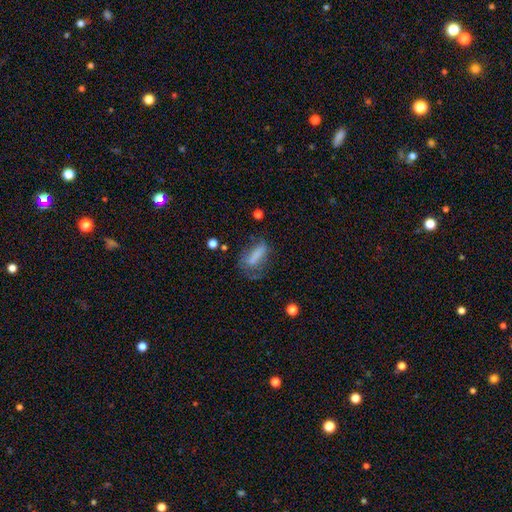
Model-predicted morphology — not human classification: smooth-or-featured: smooth: 67% | featured or disk: 22% | star or artifact: 11%
  how-rounded: in between: 60% | cigar-shaped: 36% | round: 5%
  merging: none: 38% | major disturbance: 31% | minor disturbance: 27% | merger: 4%